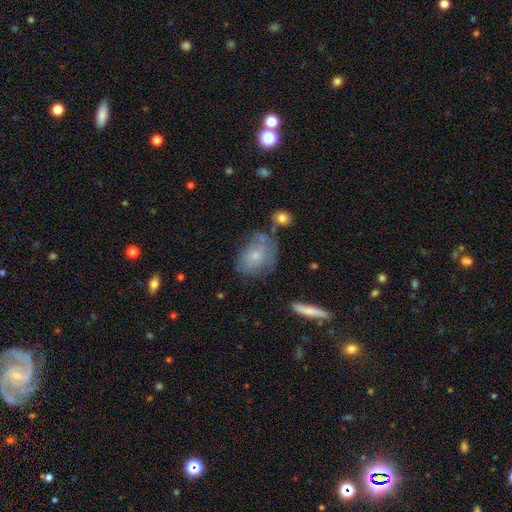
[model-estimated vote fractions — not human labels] This is likely a smooth galaxy (61%). How rounded: likely in between (62%). Merging: possibly none (50%).